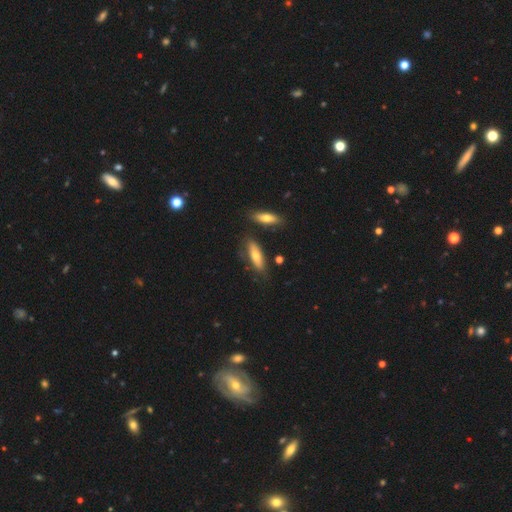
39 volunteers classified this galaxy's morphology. smooth_or_featured: smooth (p=0.64) [alt: featured or disk p=0.31]
how_rounded: cigar-shaped (p=0.72) [alt: in between p=0.28]
merging: none (p=0.76) [alt: minor disturbance p=0.14]